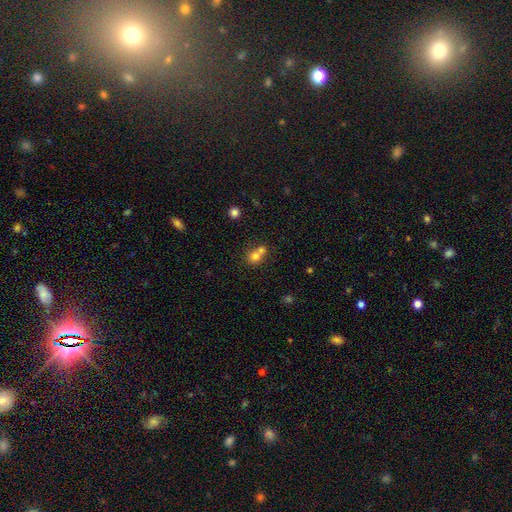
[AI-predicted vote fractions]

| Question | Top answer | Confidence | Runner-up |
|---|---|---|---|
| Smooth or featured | smooth | 74% | featured or disk (13%) |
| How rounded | round | 76% | in between (23%) |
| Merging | merger | 55% | none (36%) |